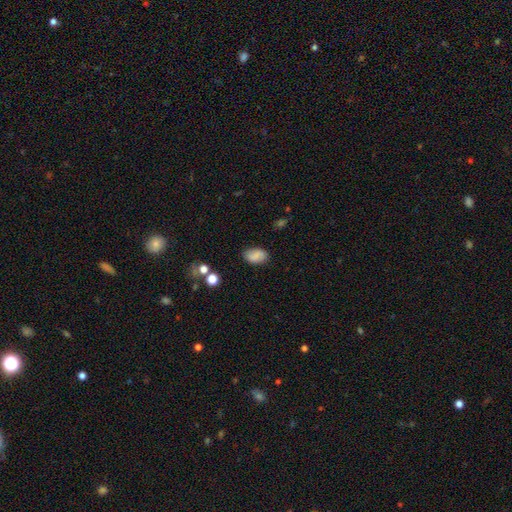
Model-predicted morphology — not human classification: Q: Smooth or featured?
A: smooth (77%); runner-up: featured or disk (13%)
Q: How rounded?
A: in between (89%); runner-up: round (9%)
Q: Merging?
A: none (80%); runner-up: minor disturbance (14%)